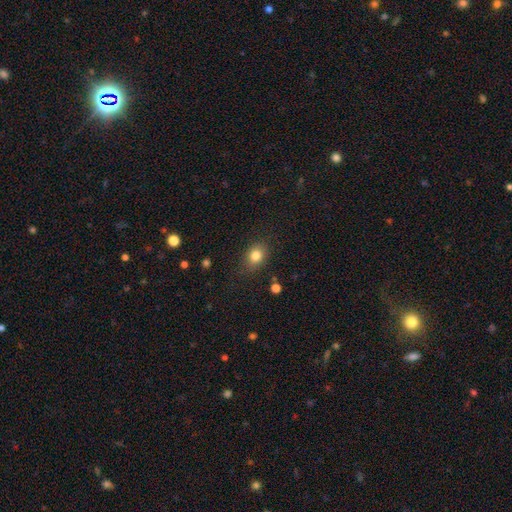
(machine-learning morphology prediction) Q: Smooth or featured?
A: smooth (82%); runner-up: star or artifact (10%)
Q: How rounded?
A: in between (61%); runner-up: round (38%)
Q: Merging?
A: none (82%); runner-up: minor disturbance (13%)